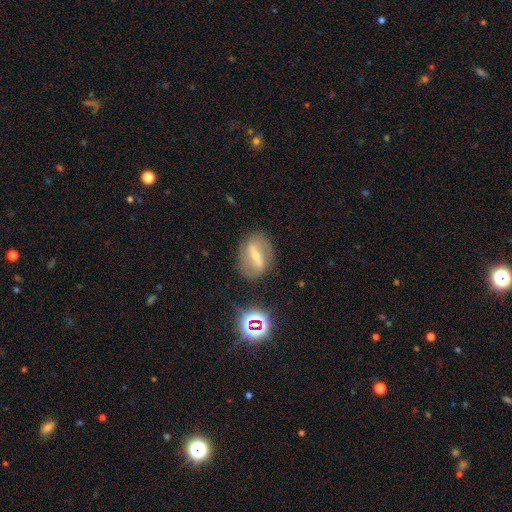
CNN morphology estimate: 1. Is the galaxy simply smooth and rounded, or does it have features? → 71% featured or disk, 18% smooth, 11% star or artifact.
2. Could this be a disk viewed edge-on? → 90% no, 10% yes.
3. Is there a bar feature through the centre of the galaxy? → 69% strong, 23% weak, 8% no.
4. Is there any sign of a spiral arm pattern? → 69% yes, 31% no.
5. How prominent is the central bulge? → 55% small, 35% moderate, 6% none, 3% large, 1% dominant.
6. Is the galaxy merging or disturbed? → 77% none, 15% minor disturbance, 6% major disturbance, 2% merger.